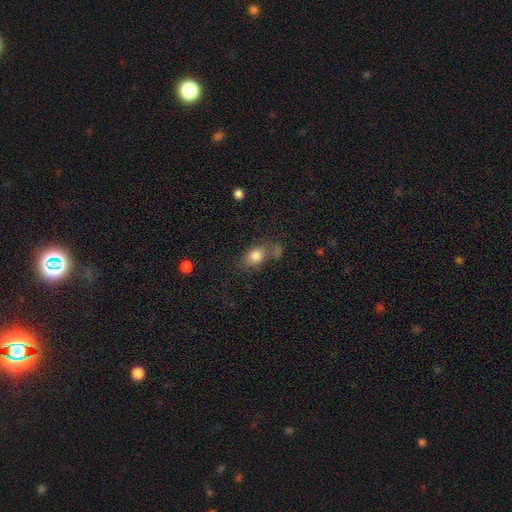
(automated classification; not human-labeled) smooth 82%, star or artifact 10%, featured or disk 9%. Down the decision tree: how rounded — in between (67%); merging — none (53%).